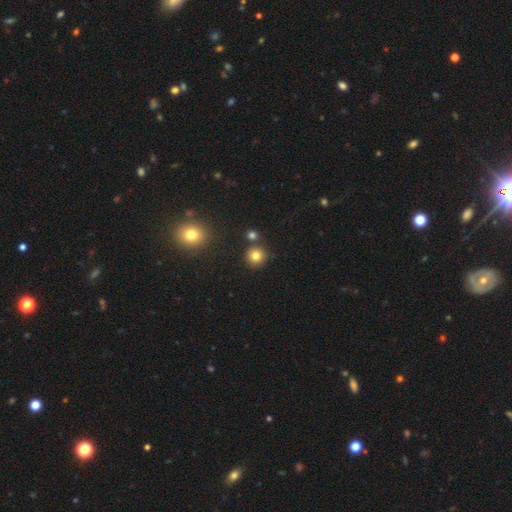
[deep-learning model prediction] The model was most divided on "smooth or featured": smooth: 80%, star or artifact: 13%, featured or disk: 7%. More confident: how rounded — round (93%); merging — none (83%).